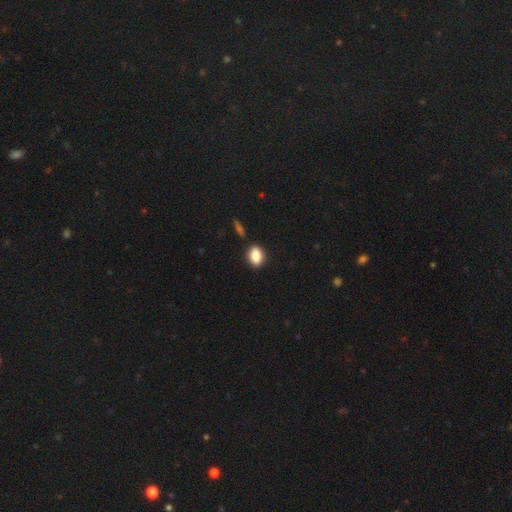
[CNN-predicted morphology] Smooth or featured? smooth (85%)
How rounded? in between (80%)
Merging? none (85%)